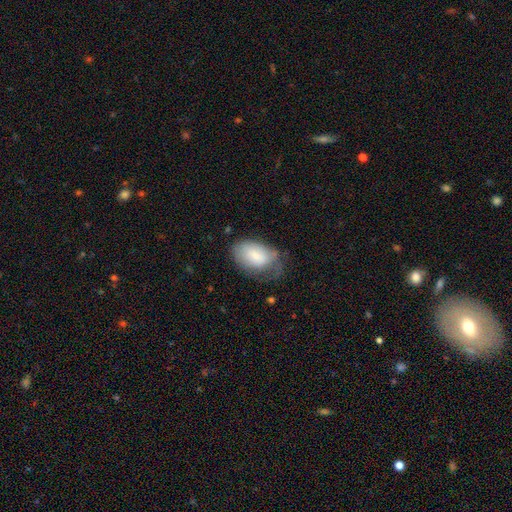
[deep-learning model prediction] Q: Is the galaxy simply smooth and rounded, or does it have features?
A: smooth — 76%.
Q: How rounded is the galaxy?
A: in between — 90%.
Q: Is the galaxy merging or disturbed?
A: none — 37%.